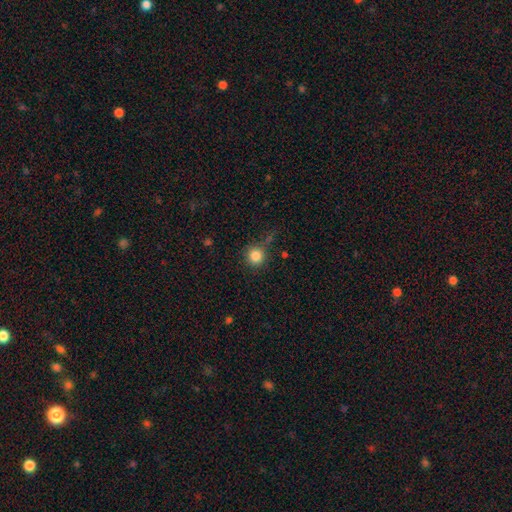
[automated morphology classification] smooth-or-featured: smooth: 84% | star or artifact: 11% | featured or disk: 5%
  how-rounded: round: 94% | in between: 5% | cigar-shaped: 1%
  merging: none: 78% | minor disturbance: 13% | major disturbance: 5% | merger: 4%